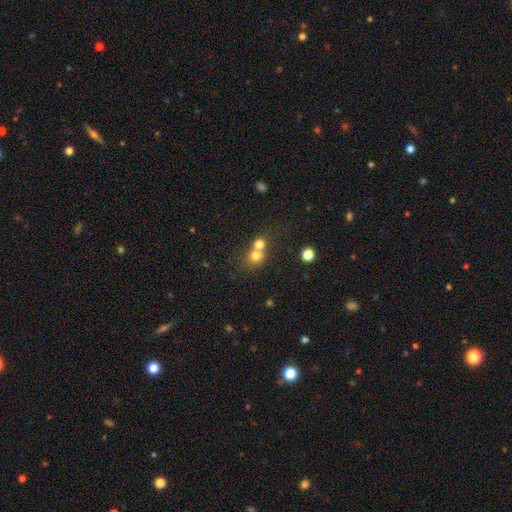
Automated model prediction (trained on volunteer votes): Smooth or featured: smooth — 73% (featured or disk — 14%)
How rounded: round — 79% (in between — 20%)
Merging: merger — 60% (none — 32%)